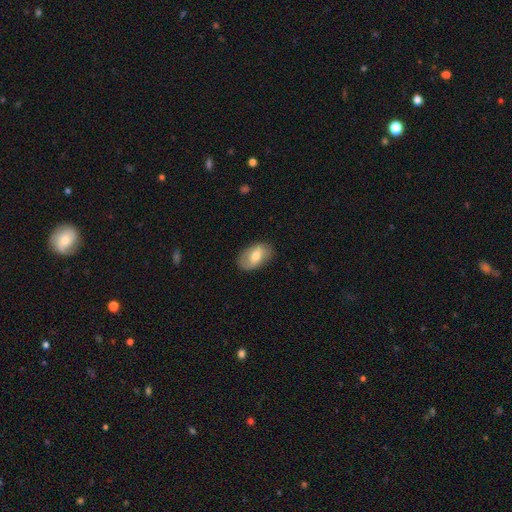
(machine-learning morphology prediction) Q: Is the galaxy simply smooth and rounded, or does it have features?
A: smooth — 60%.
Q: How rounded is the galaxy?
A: in between — 90%.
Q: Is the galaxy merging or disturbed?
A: none — 81%.